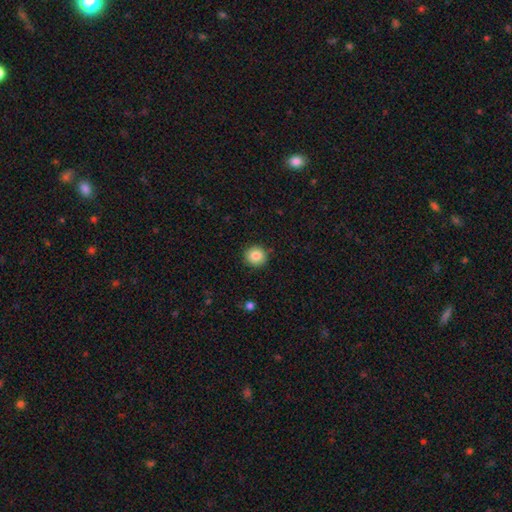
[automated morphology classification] Q: Smooth or featured?
A: smooth (84%); runner-up: star or artifact (9%)
Q: How rounded?
A: round (91%); runner-up: in between (8%)
Q: Merging?
A: none (90%); runner-up: minor disturbance (7%)